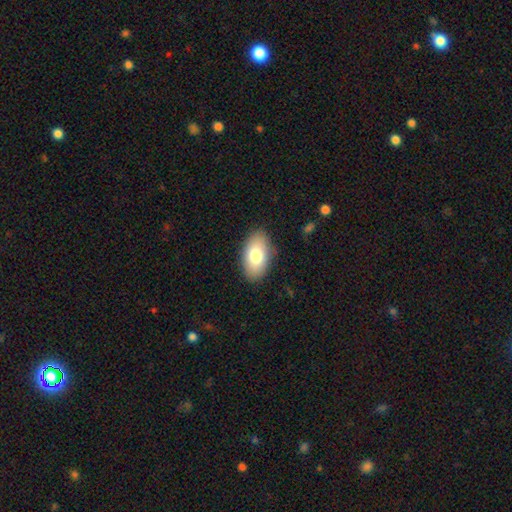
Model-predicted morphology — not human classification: The model was most divided on "smooth or featured": smooth: 79%, featured or disk: 15%, star or artifact: 7%. More confident: how rounded — in between (94%); merging — none (87%).